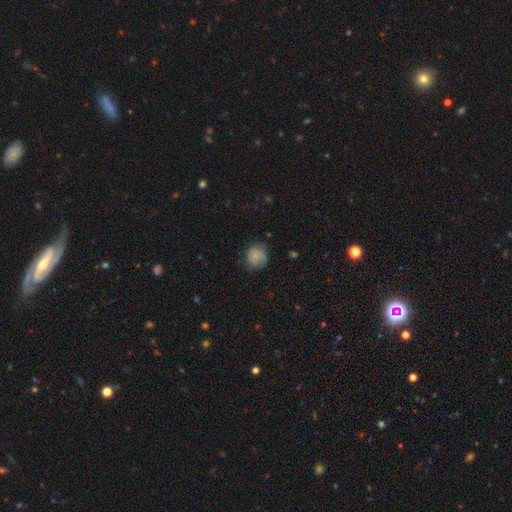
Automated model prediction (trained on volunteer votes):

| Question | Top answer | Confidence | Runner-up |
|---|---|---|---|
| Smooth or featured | smooth | 84% | star or artifact (9%) |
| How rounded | round | 77% | in between (22%) |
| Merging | none | 69% | minor disturbance (23%) |